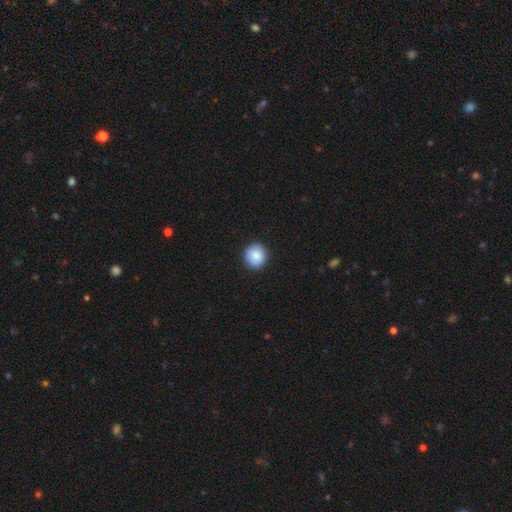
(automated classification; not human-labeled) Smooth or featured?
  - smooth: 87% *
  - star or artifact: 8%
  - featured or disk: 6%
How rounded?
  - round: 92% *
  - in between: 7%
  - cigar-shaped: 1%
Merging?
  - none: 91% *
  - minor disturbance: 6%
  - major disturbance: 2%
  - merger: 1%